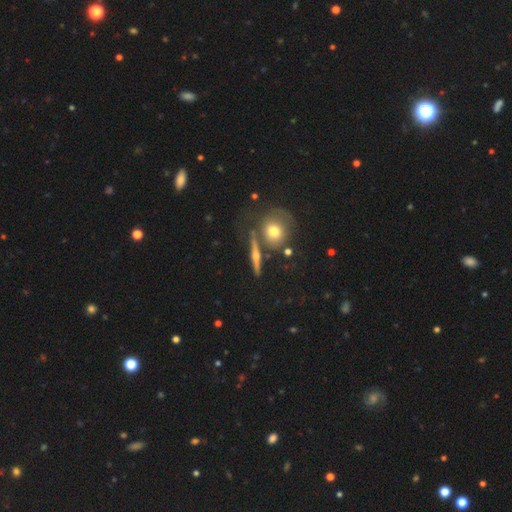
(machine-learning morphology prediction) Q: Smooth or featured?
A: featured or disk (65%); runner-up: smooth (26%)
Q: Edge-on disk?
A: yes (92%); runner-up: no (8%)
Q: Edge-on bulge?
A: rounded (90%); runner-up: none (6%)
Q: Merging?
A: none (77%); runner-up: minor disturbance (10%)